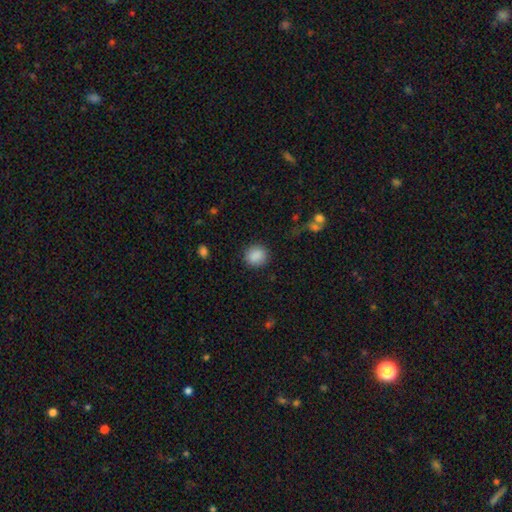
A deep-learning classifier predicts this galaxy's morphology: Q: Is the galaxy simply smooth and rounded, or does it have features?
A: smooth — 89%.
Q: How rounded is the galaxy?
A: round — 80%.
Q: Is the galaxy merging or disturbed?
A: none — 88%.